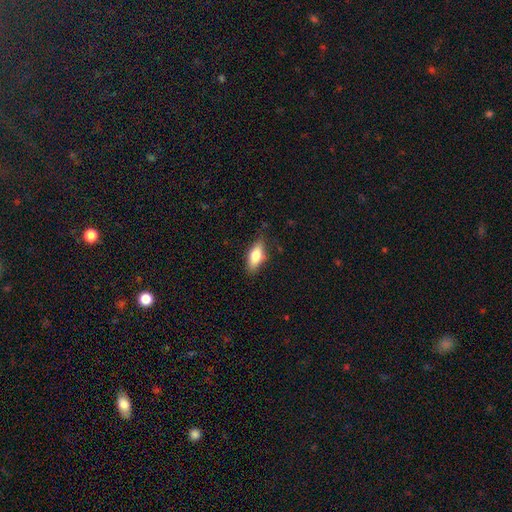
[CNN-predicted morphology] This is likely a smooth galaxy (73%). How rounded: likely in between (77%). Merging: clearly none (80%).